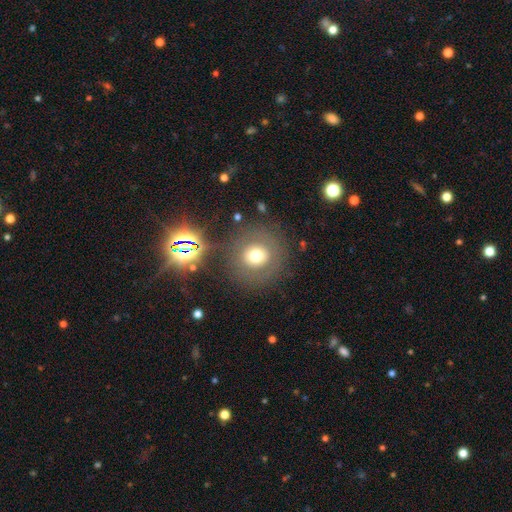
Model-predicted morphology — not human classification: smooth 63%, star or artifact 19%, featured or disk 18%. Down the decision tree: how rounded — round (94%); merging — none (82%).